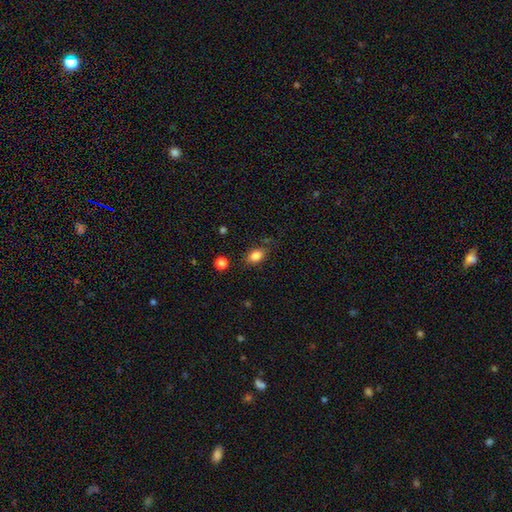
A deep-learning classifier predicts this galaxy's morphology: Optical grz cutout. It shows a smooth galaxy with no disk features (85%) that is in between round and cigar-shaped (79%). Merging: none (78%).